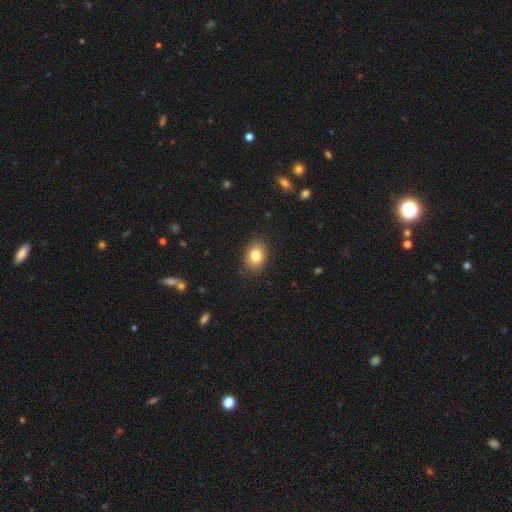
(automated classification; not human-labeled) This is clearly a smooth galaxy (82%). How rounded: likely in between (73%). Merging: clearly none (86%).